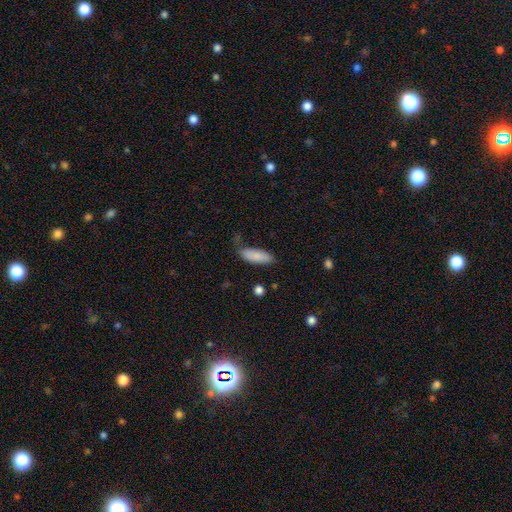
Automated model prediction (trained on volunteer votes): smooth 85%, featured or disk 9%, star or artifact 6%. Down the decision tree: how rounded — in between (69%); merging — none (67%).